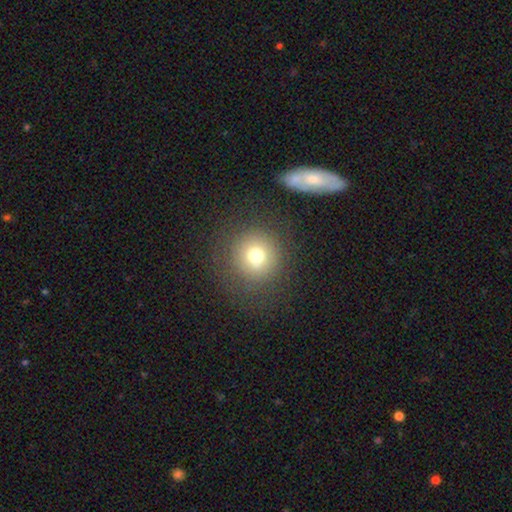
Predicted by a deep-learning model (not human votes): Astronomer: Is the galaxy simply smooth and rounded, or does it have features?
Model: smooth — 72%.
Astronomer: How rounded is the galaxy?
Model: round — 94%.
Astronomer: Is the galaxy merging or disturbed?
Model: none — 83%.